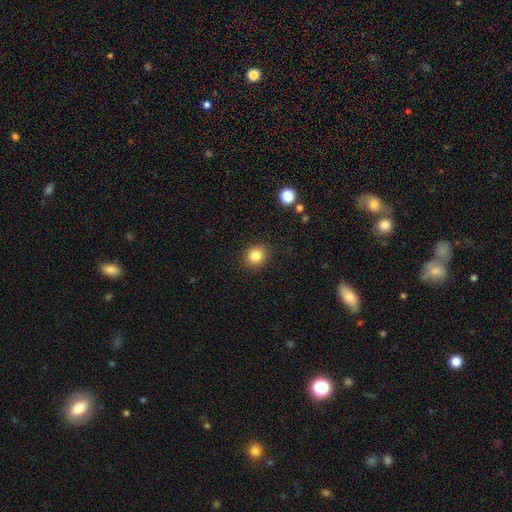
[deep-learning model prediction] Q: Smooth or featured?
A: smooth (85%); runner-up: star or artifact (11%)
Q: How rounded?
A: round (80%); runner-up: in between (19%)
Q: Merging?
A: none (90%); runner-up: minor disturbance (7%)